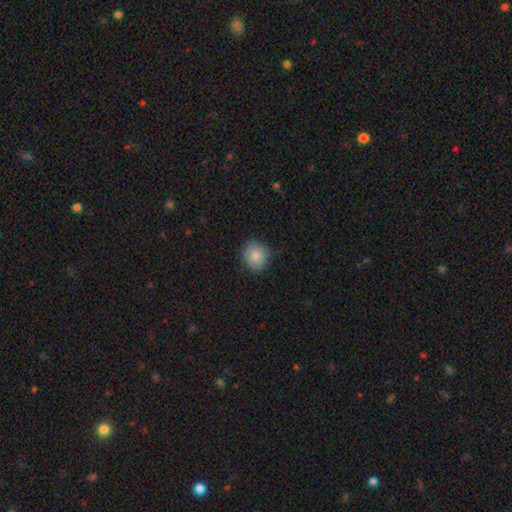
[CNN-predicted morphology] Smooth or featured? smooth (83%)
How rounded? round (81%)
Merging? none (78%)